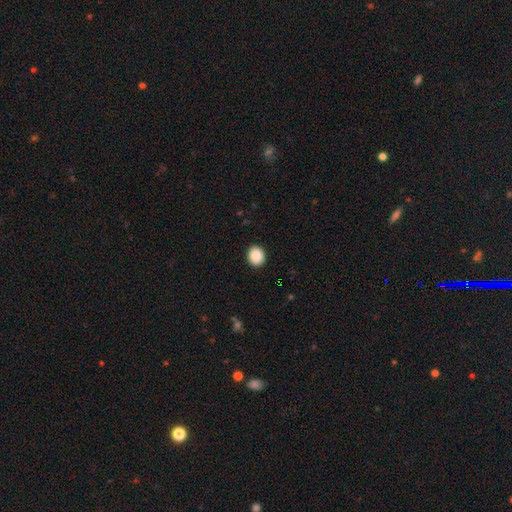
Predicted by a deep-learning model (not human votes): A smooth galaxy with no disk features (88%) that is round (70%).

Vote fractions:
- Smooth or featured? smooth: 88% / star or artifact: 8% / featured or disk: 4%
- How rounded? round: 70% / in between: 29% / cigar-shaped: 1%
- Merging? none: 92% / minor disturbance: 6% / major disturbance: 2% / merger: 1%